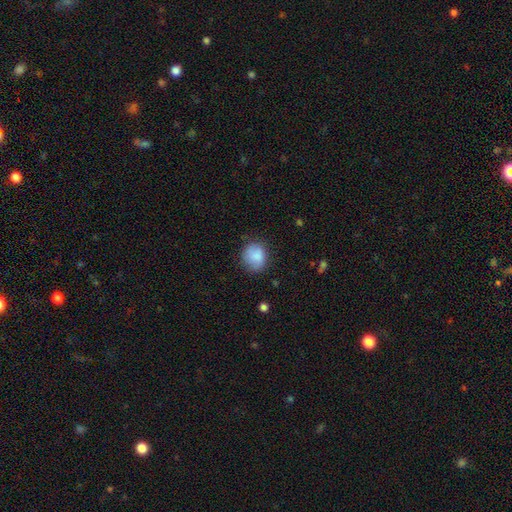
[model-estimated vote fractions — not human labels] Q: Smooth or featured?
A: smooth (85%); runner-up: star or artifact (8%)
Q: How rounded?
A: round (72%); runner-up: in between (28%)
Q: Merging?
A: none (72%); runner-up: minor disturbance (21%)